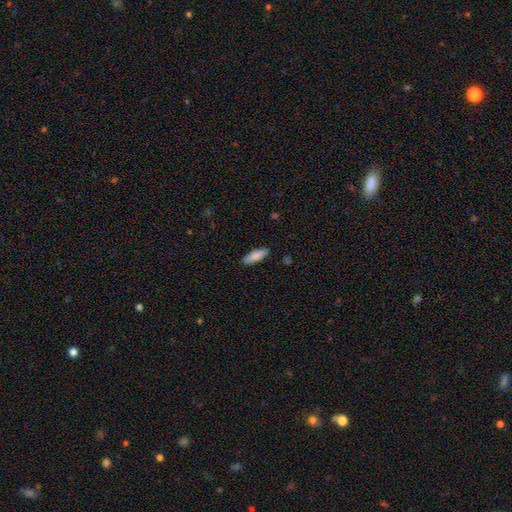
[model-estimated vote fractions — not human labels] A smooth galaxy with no disk features (83%) that is in between round and cigar-shaped (51%). Merging: none (87%).